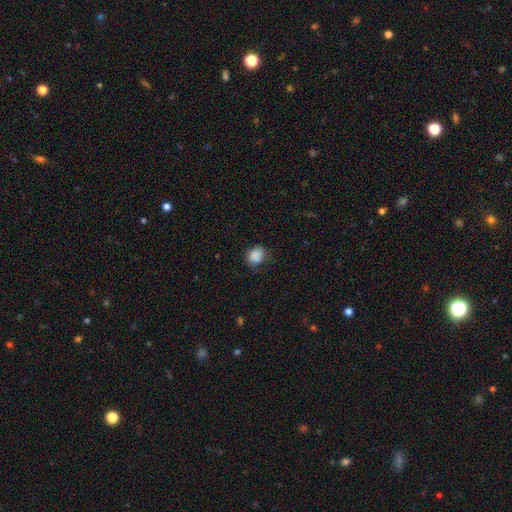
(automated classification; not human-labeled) The model was most divided on "how rounded": round: 56%, in between: 43%, cigar-shaped: 1%. More confident: smooth or featured — smooth (85%); merging — none (63%).